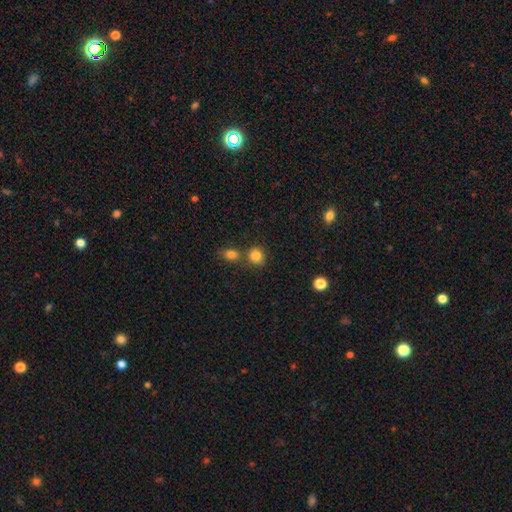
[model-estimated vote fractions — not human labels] The model was most divided on "merging": none: 63%, merger: 23%, minor disturbance: 10%, major disturbance: 3%. More confident: smooth or featured — smooth (83%); how rounded — round (82%).